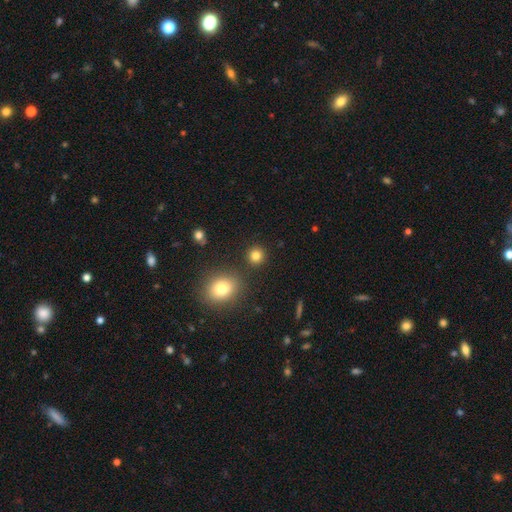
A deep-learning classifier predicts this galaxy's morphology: This appears to be a smooth galaxy with no disk features (82%) that is round (91%). Merging: none (88%).